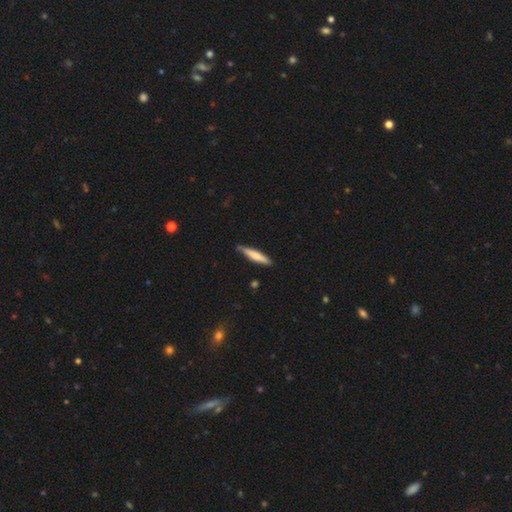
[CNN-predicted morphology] Q: Smooth or featured?
A: smooth (68%); runner-up: featured or disk (27%)
Q: How rounded?
A: cigar-shaped (89%); runner-up: in between (10%)
Q: Merging?
A: none (82%); runner-up: minor disturbance (14%)